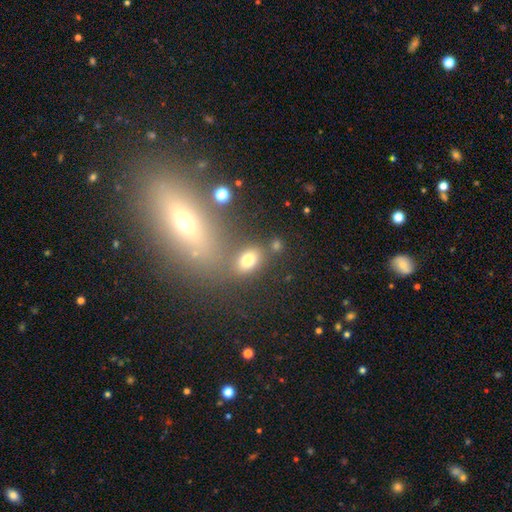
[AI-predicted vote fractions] Smooth or featured? Predicted: smooth (p=0.68). How rounded? Predicted: in between (p=0.77). Merging? Predicted: none (p=0.66).